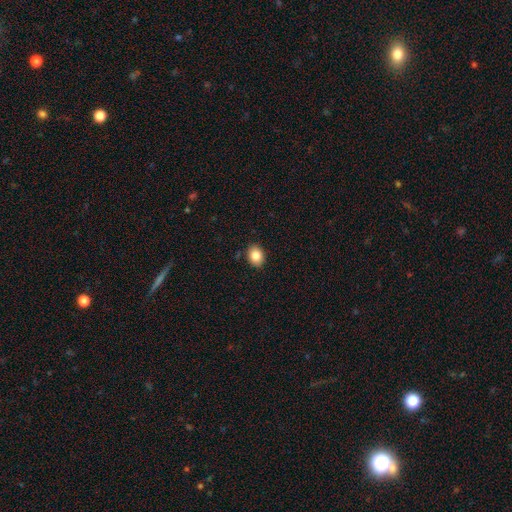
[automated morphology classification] Smooth or featured: smooth — 84% (star or artifact — 9%)
How rounded: in between — 63% (round — 37%)
Merging: none — 89% (minor disturbance — 8%)